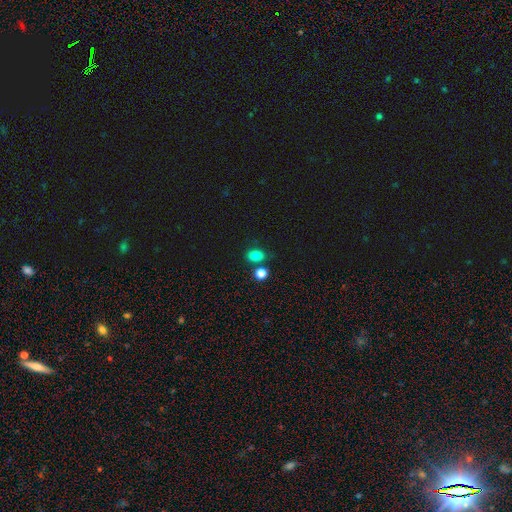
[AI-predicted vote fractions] A smooth galaxy with no disk features (82%) that is in between round and cigar-shaped (71%). Merging: none (72%).